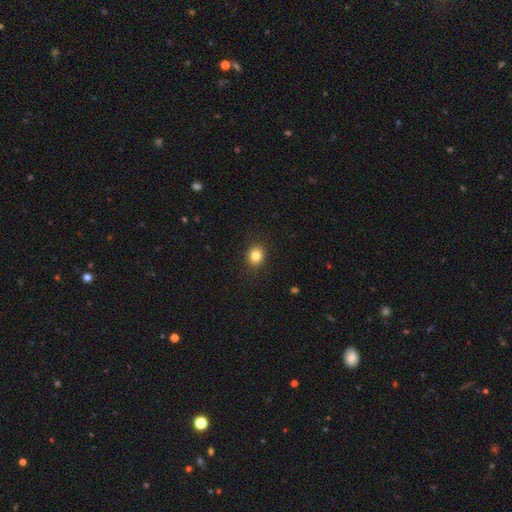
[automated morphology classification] This is clearly a smooth galaxy (83%). How rounded: likely round (67%). Merging: clearly none (88%).